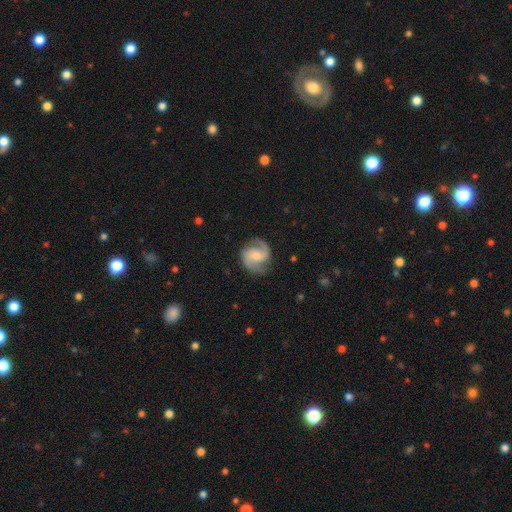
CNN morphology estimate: Smooth or featured? featured or disk (87%)
Edge-on disk? no (98%)
Bar? no (47%)
Spiral arms? yes (98%)
Spiral winding? medium (56%)
Spiral arm count? 2 (92%)
Bulge size? small (49%)
Merging? none (82%)